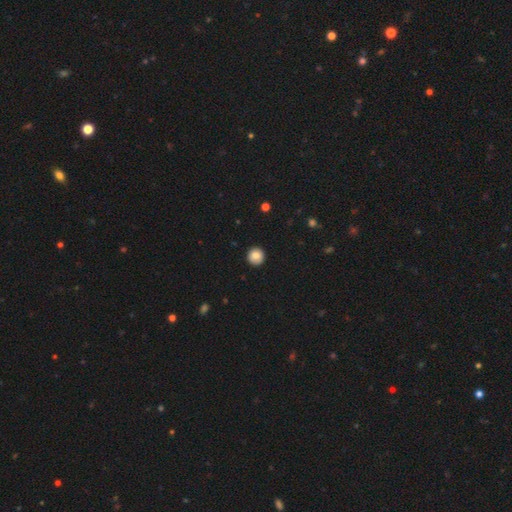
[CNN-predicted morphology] Overall: smooth (83%). How rounded: round (96%). Merging: none (93%).